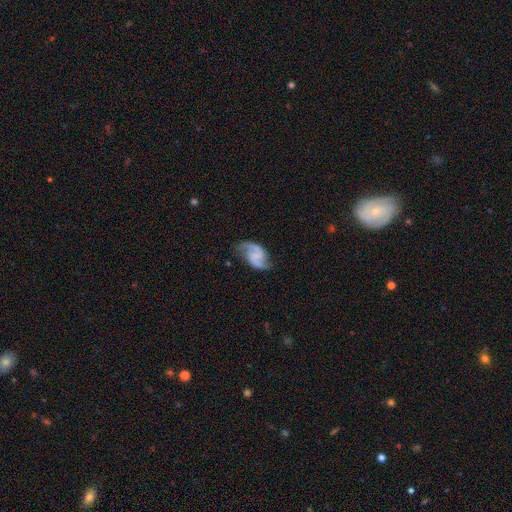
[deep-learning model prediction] Overall: featured or disk (83%). Edge-on disk: no (98%). Bar: no (44%; weak 41%). Spiral arms: yes (96%). Spiral arm count: 2 (92%). Spiral winding: medium (44%; loose 43%). Bulge size: none (63%). Merging: none (72%).